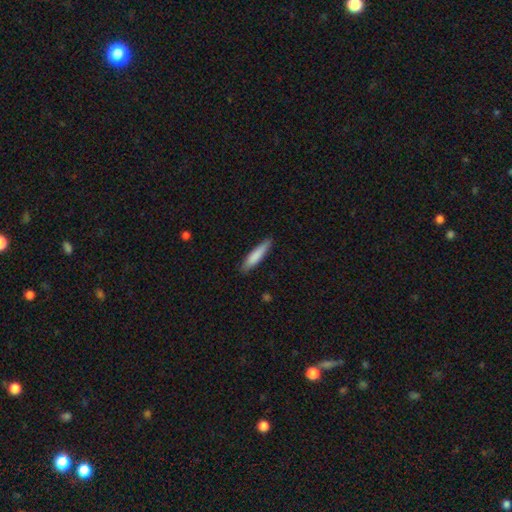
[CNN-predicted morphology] smooth_or_featured: smooth (p=0.81) [alt: featured or disk p=0.14]
how_rounded: cigar-shaped (p=0.86) [alt: in between p=0.13]
merging: none (p=0.85) [alt: minor disturbance p=0.12]